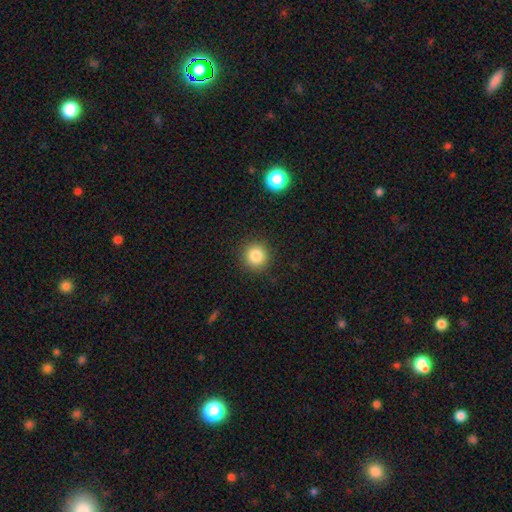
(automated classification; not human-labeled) The model was most divided on "smooth or featured": smooth: 84%, star or artifact: 11%, featured or disk: 5%. More confident: how rounded — round (94%); merging — none (91%).